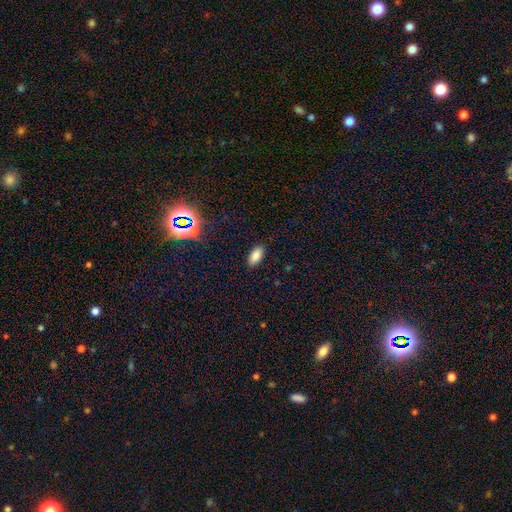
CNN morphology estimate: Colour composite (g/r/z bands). It shows a smooth galaxy with no disk features (84%) that is in between round and cigar-shaped (90%). Merging: none (88%).